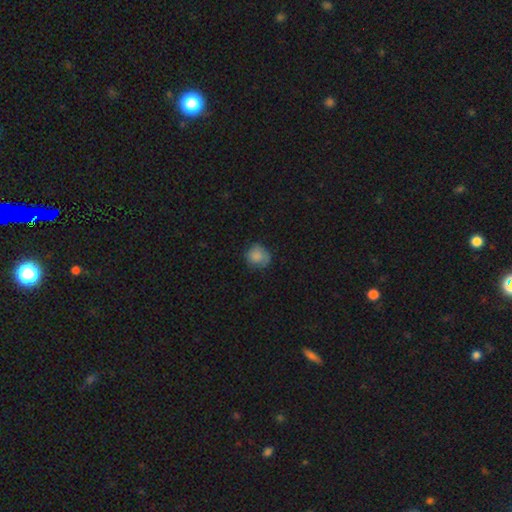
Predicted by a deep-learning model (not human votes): This appears to be a smooth galaxy with no disk features (82%) that is round (82%). Merging: none (66%).